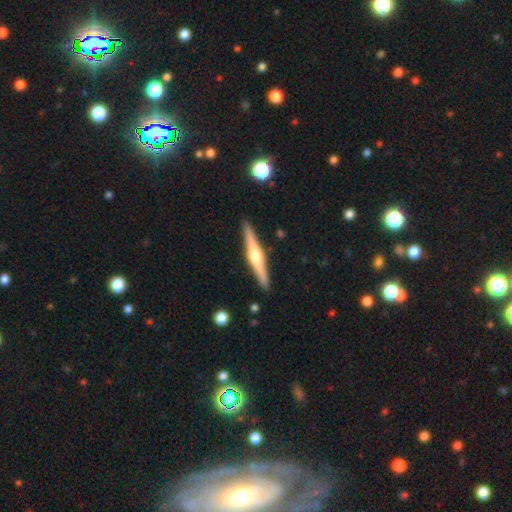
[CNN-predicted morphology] The model was most divided on "smooth or featured": featured or disk: 73%, smooth: 22%, star or artifact: 5%. More confident: edge-on disk — yes (98%); merging — none (91%); edge-on bulge — rounded (89%).